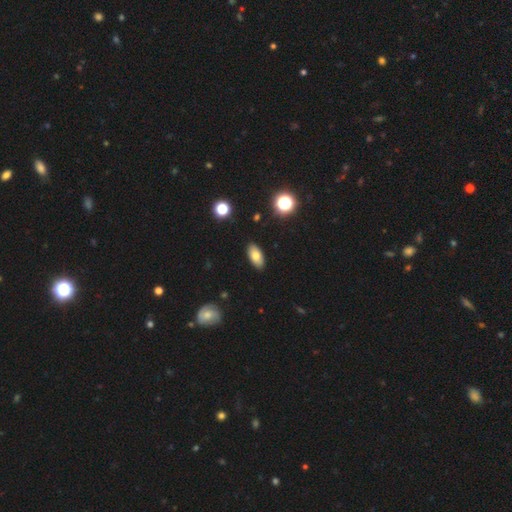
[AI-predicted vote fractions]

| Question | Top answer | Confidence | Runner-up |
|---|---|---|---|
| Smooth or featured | smooth | 77% | featured or disk (13%) |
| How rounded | in between | 91% | cigar-shaped (5%) |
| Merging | none | 89% | minor disturbance (8%) |